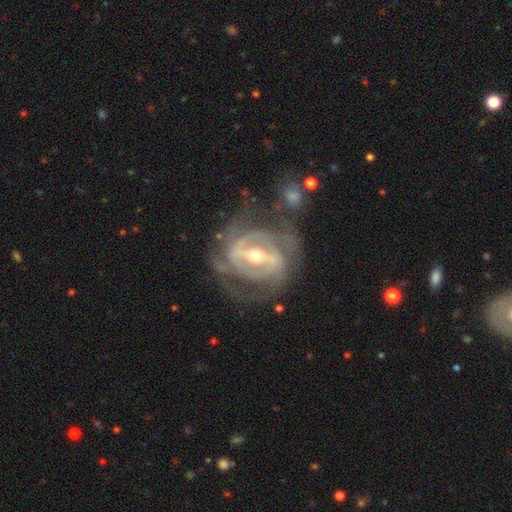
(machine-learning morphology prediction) Smooth or featured? featured or disk (90%)
Edge-on disk? no (95%)
Bar? strong (69%)
Spiral arms? yes (92%)
Spiral winding? tight (57%)
Spiral arm count? 2 (37%)
Bulge size? small (49%)
Merging? none (61%)